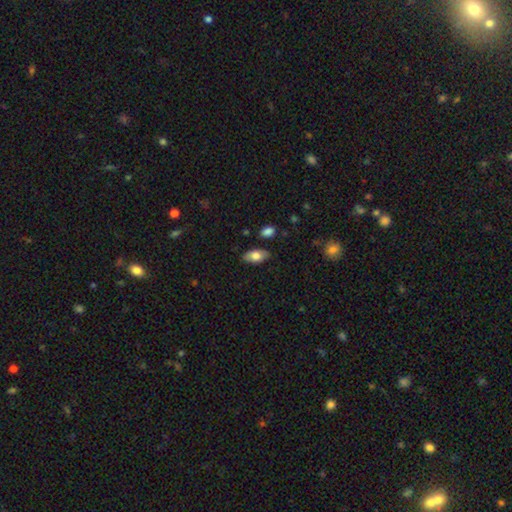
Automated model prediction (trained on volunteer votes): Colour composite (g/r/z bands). It shows a smooth galaxy with no disk features (76%) that is in between round and cigar-shaped (91%). Merging: none (84%).